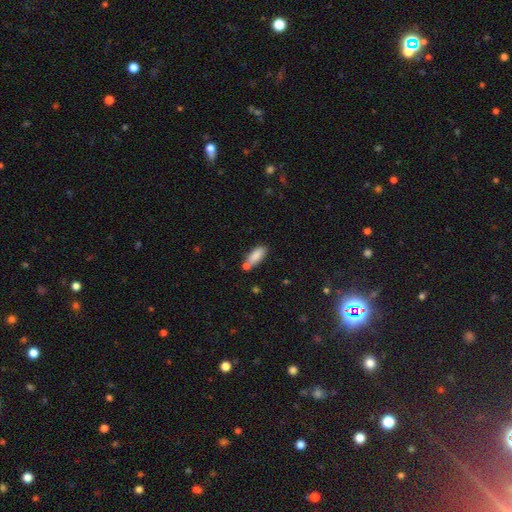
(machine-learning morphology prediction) Q: Smooth or featured?
A: smooth (85%); runner-up: featured or disk (8%)
Q: How rounded?
A: in between (73%); runner-up: cigar-shaped (25%)
Q: Merging?
A: none (59%); runner-up: merger (21%)